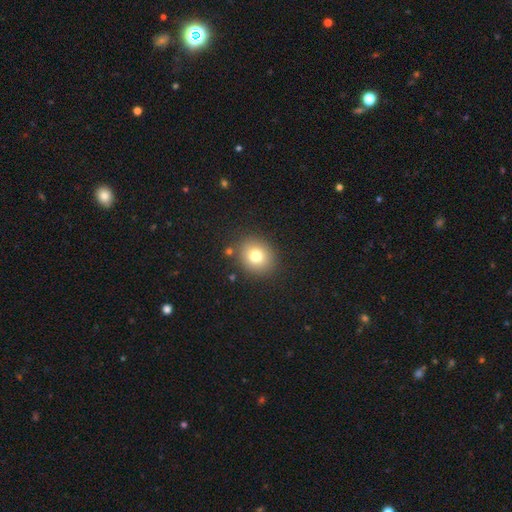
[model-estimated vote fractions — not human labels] Q: Smooth or featured?
A: smooth (79%); runner-up: star or artifact (12%)
Q: How rounded?
A: round (69%); runner-up: in between (30%)
Q: Merging?
A: none (86%); runner-up: minor disturbance (8%)